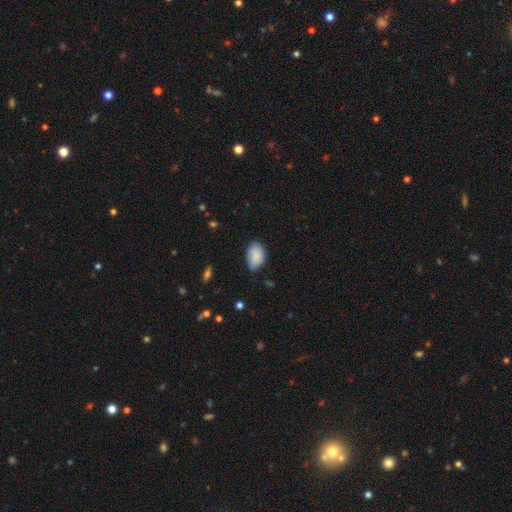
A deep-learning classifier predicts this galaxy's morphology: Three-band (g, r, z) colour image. It shows a smooth galaxy with no disk features (87%) that is in between round and cigar-shaped (90%). Merging: none (70%).